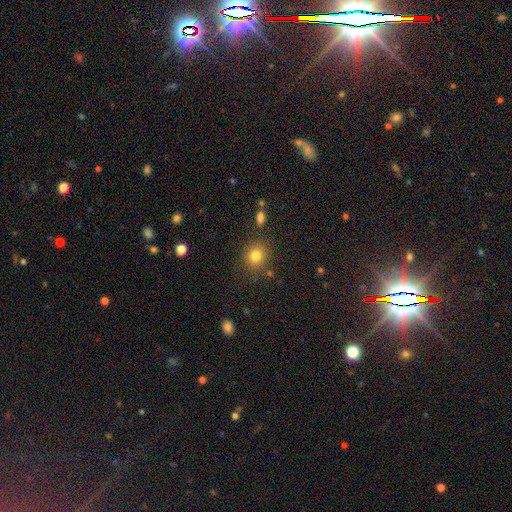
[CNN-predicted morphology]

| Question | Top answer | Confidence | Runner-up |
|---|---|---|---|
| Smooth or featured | smooth | 80% | star or artifact (12%) |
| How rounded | round | 79% | in between (20%) |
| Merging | none | 84% | minor disturbance (10%) |